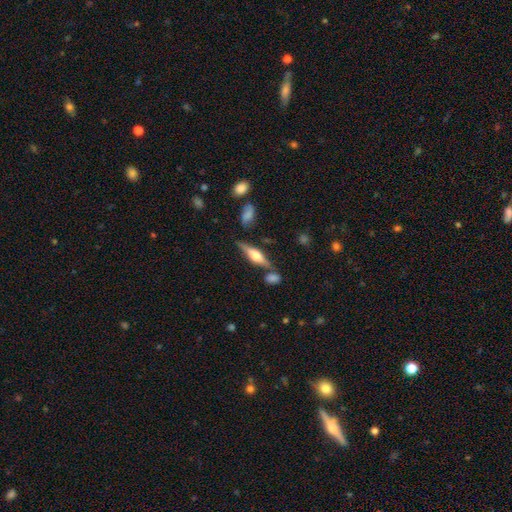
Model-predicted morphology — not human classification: Smooth or featured: featured or disk — 63% (smooth — 31%)
Edge-on disk: yes — 94% (no — 6%)
Edge-on bulge: rounded — 86% (boxy — 11%)
Merging: none — 72% (minor disturbance — 14%)